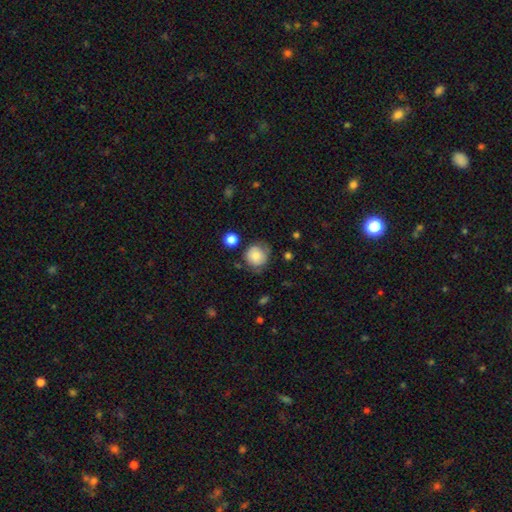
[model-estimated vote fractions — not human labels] Smooth or featured? smooth (81%)
How rounded? round (88%)
Merging? none (66%)